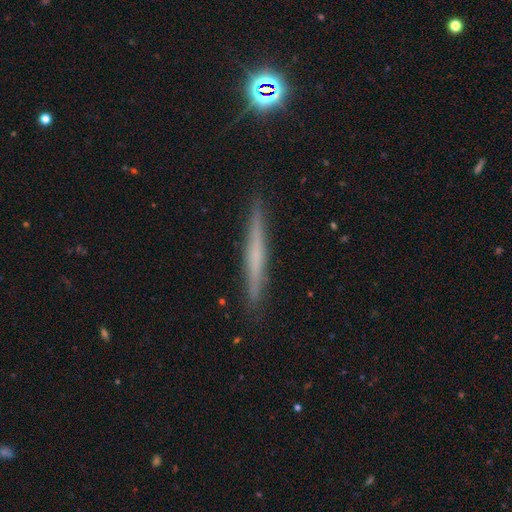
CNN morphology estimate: Smooth or featured? Predicted: featured or disk (p=0.51). Edge-on disk? Predicted: yes (p=0.97). Merging? Predicted: none (p=0.91).